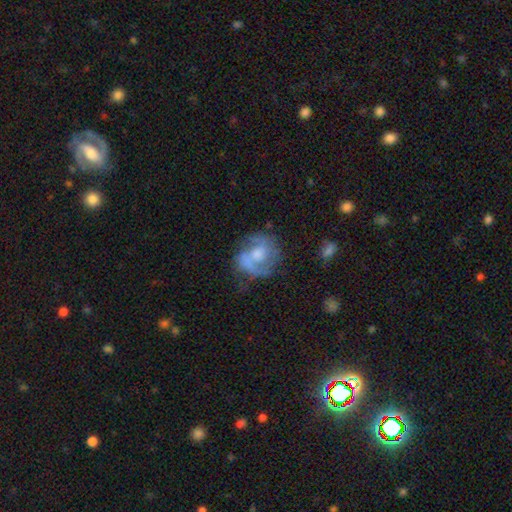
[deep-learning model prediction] Smooth or featured? Predicted: featured or disk (p=0.70). Edge-on disk? Predicted: no (p=0.97). Bar? Predicted: no (p=0.60). Spiral arms? Predicted: yes (p=0.82). Spiral winding? Predicted: medium (p=0.48). Spiral arm count? Predicted: 2 (p=0.66). Bulge size? Predicted: moderate (p=0.50). Merging? Predicted: none (p=0.57).